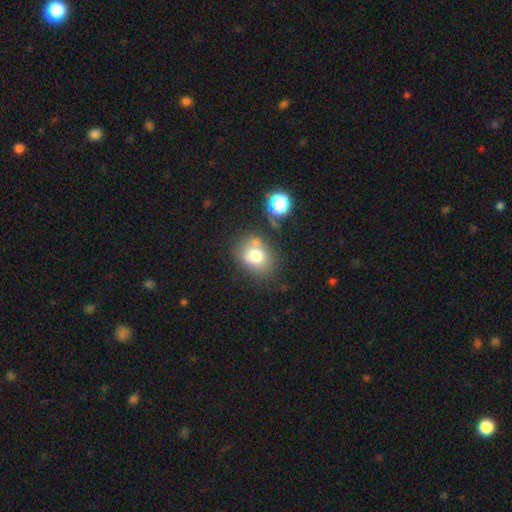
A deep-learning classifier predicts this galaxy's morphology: Overall: smooth (73%). How rounded: in between (50%; round 49%). Merging: none (57%; minor disturbance 20%).